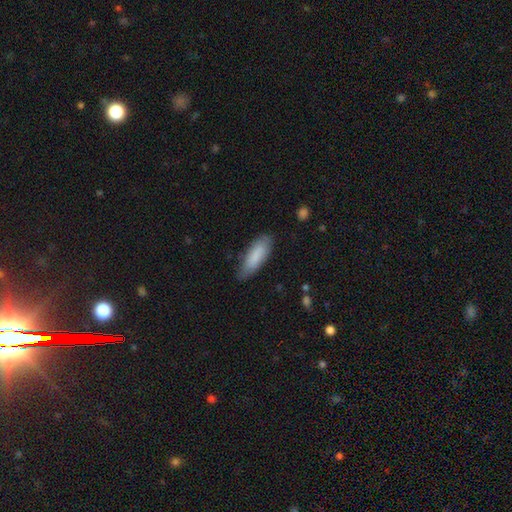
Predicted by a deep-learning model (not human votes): Smooth or featured: smooth — 85% (featured or disk — 10%)
How rounded: in between — 60% (cigar-shaped — 38%)
Merging: none — 74% (minor disturbance — 21%)